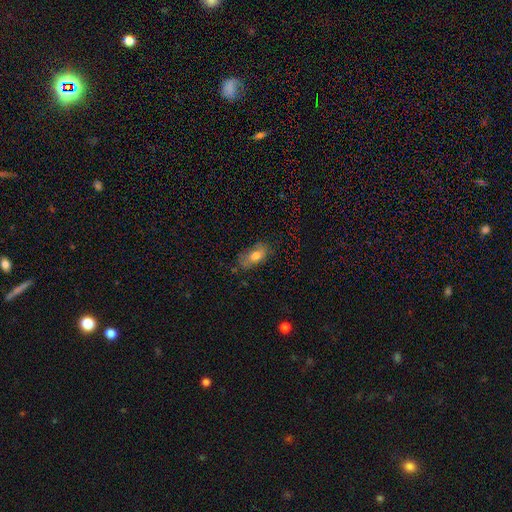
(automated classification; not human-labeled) Smooth or featured? Predicted: smooth (p=0.72). How rounded? Predicted: in between (p=0.88). Merging? Predicted: none (p=0.62).